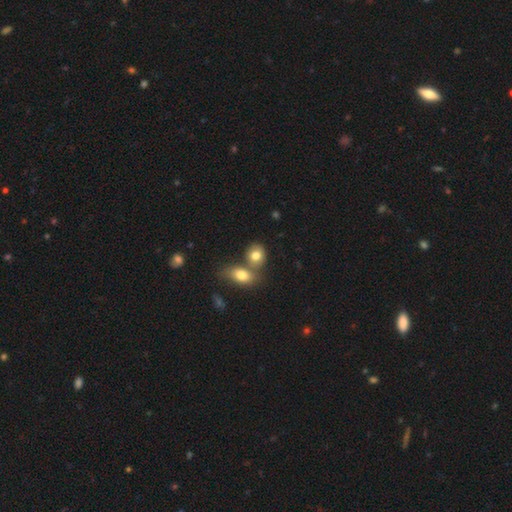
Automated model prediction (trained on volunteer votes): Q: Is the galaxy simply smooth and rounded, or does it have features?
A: smooth — 79%.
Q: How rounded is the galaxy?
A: in between — 55%.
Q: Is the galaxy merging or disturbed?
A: merger — 45%.